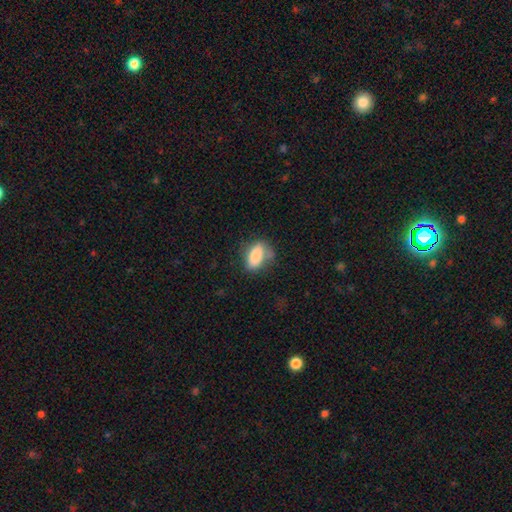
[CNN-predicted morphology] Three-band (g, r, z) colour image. It shows a smooth galaxy with no disk features (81%) that is in between round and cigar-shaped (83%). Merging: none (56%).